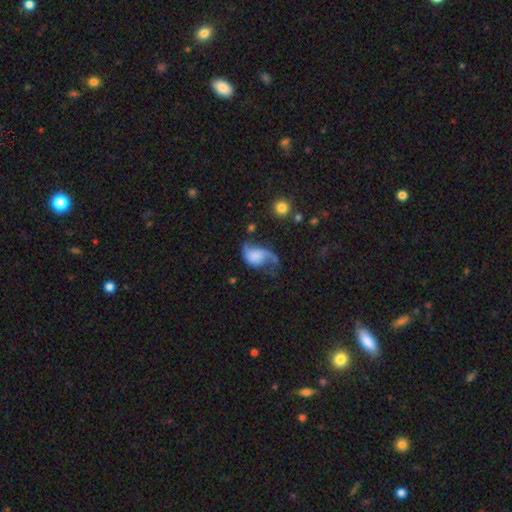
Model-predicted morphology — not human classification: Q: Smooth or featured?
A: featured or disk (58%); runner-up: smooth (33%)
Q: Edge-on disk?
A: no (97%); runner-up: yes (3%)
Q: Bar?
A: no (70%); runner-up: weak (24%)
Q: Spiral arms?
A: yes (84%); runner-up: no (16%)
Q: Bulge size?
A: none (43%); runner-up: large (19%)
Q: Merging?
A: major disturbance (42%); runner-up: none (28%)